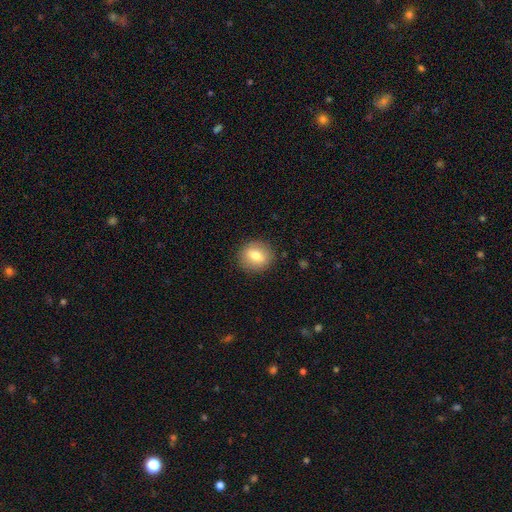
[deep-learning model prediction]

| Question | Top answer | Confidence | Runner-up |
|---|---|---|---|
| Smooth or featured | smooth | 74% | featured or disk (17%) |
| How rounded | round | 78% | in between (21%) |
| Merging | none | 88% | minor disturbance (8%) |